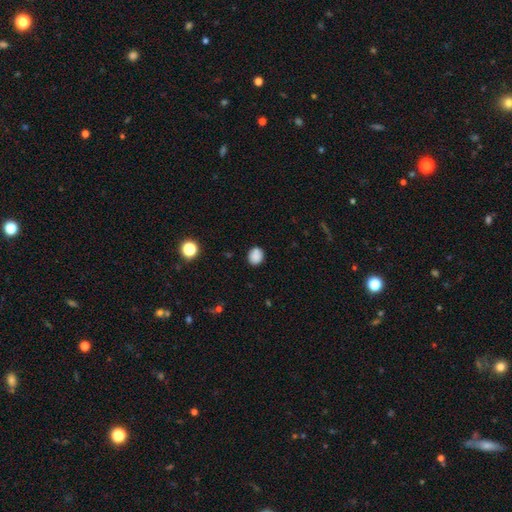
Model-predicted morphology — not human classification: Smooth or featured? Predicted: smooth (p=0.84). How rounded? Predicted: round (p=0.69). Merging? Predicted: none (p=0.76).